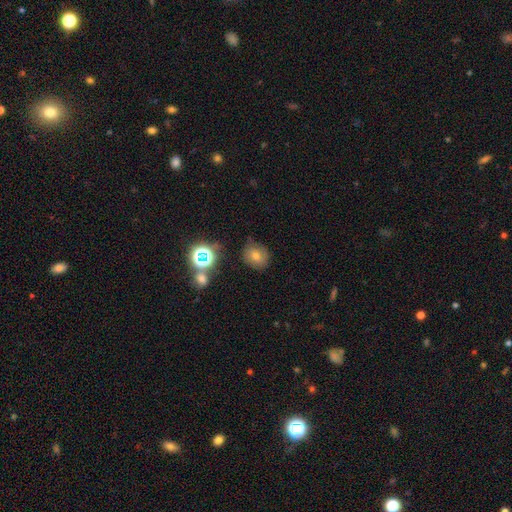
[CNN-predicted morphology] Smooth or featured: smooth — 61% (star or artifact — 22%)
How rounded: round — 69% (in between — 30%)
Merging: none — 72% (minor disturbance — 19%)